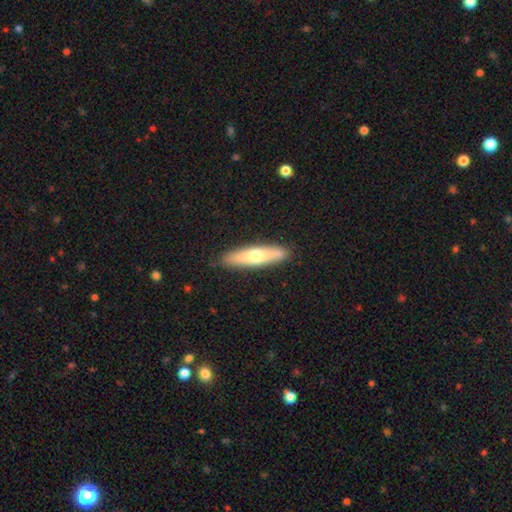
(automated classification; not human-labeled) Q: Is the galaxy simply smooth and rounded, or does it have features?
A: smooth — 55%.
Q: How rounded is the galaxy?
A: cigar-shaped — 78%.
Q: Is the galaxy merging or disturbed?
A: none — 88%.